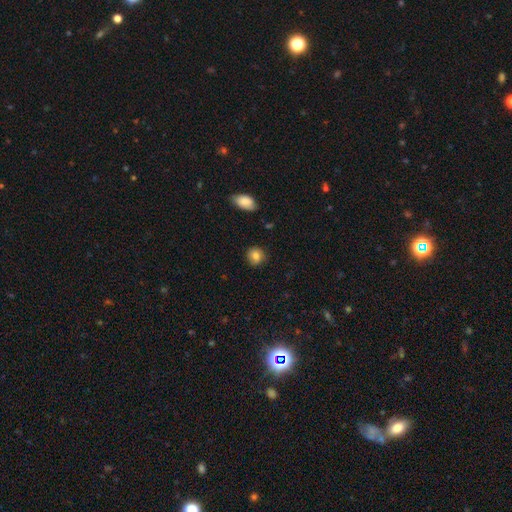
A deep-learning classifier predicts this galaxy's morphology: This is clearly a smooth galaxy (82%). How rounded: clearly round (80%). Merging: clearly none (81%).